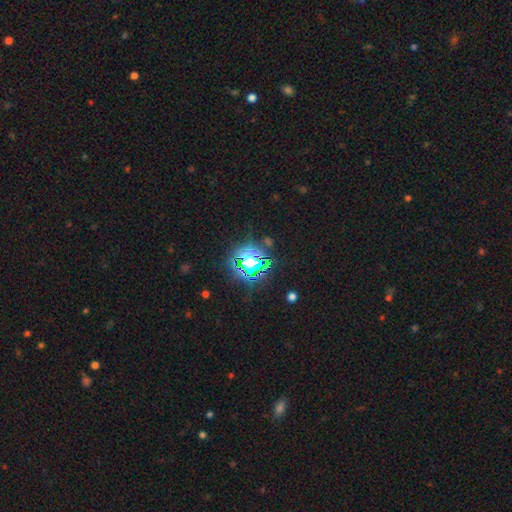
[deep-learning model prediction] This is likely a star or artifact rather than a galaxy (80%).